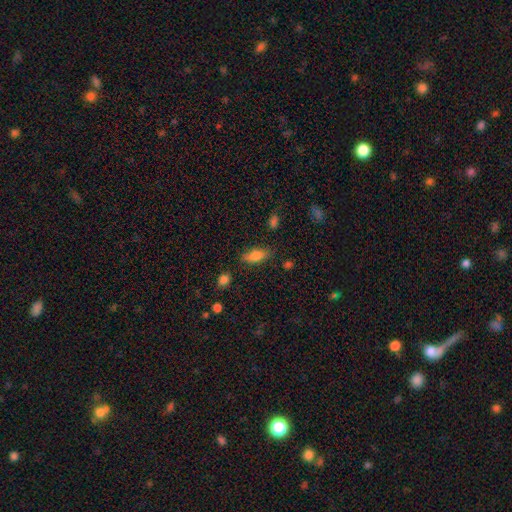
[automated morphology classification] Overall: smooth (80%). How rounded: in between (79%). Merging: none (80%).